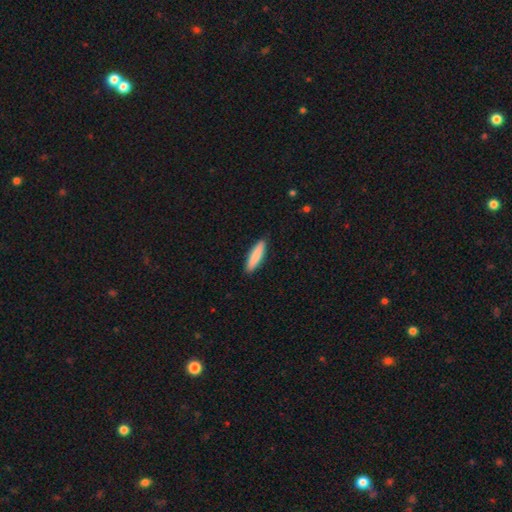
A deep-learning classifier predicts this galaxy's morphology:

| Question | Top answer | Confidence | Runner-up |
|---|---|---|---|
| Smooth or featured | smooth | 86% | featured or disk (8%) |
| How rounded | cigar-shaped | 79% | in between (20%) |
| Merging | none | 90% | minor disturbance (7%) |